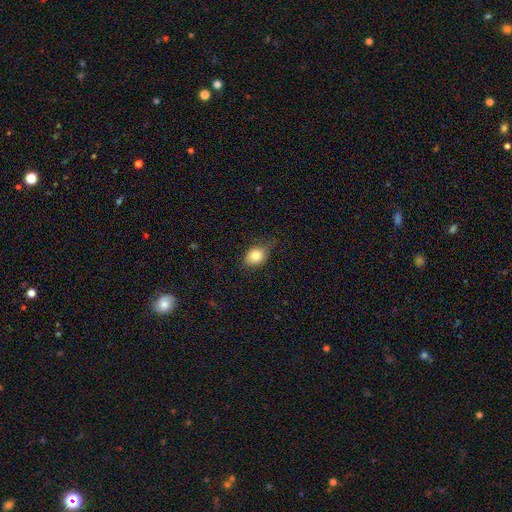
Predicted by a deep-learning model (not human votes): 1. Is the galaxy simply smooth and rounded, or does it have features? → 79% smooth, 12% featured or disk, 9% star or artifact.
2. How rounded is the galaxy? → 59% in between, 39% round, 1% cigar-shaped.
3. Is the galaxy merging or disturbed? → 65% none, 27% minor disturbance, 7% major disturbance, 1% merger.